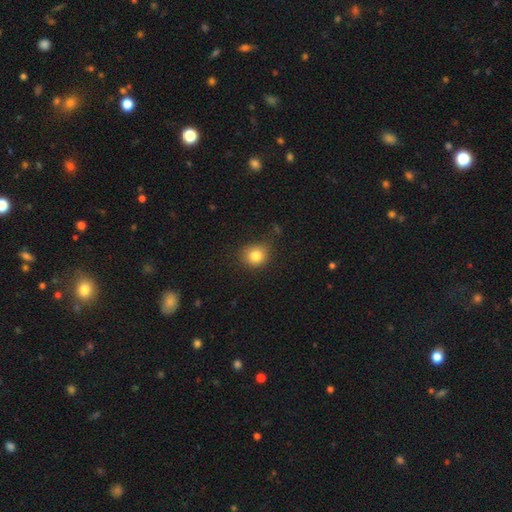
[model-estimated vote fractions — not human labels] Smooth or featured? smooth (83%)
How rounded? round (81%)
Merging? none (76%)